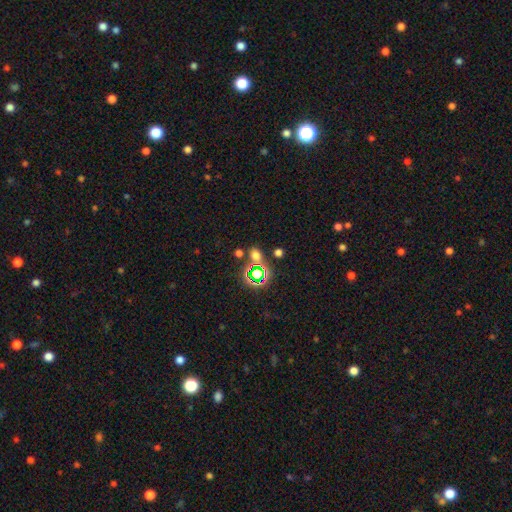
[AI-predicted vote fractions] This appears to be a smooth galaxy with no disk features (57%) that is round (56%). Merging: none (72%).